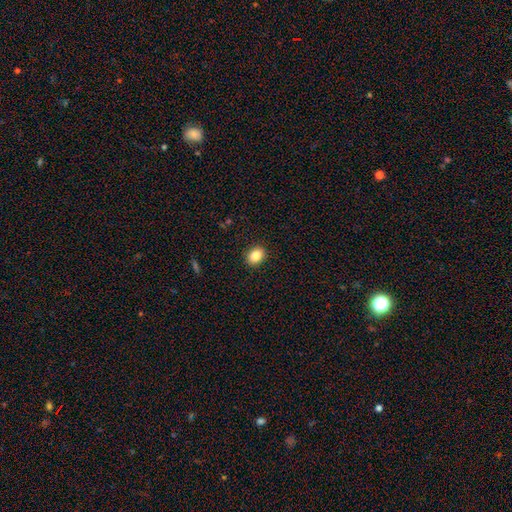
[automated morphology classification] type=smooth (85%); roundness=in between (59%); merging=none (91%).